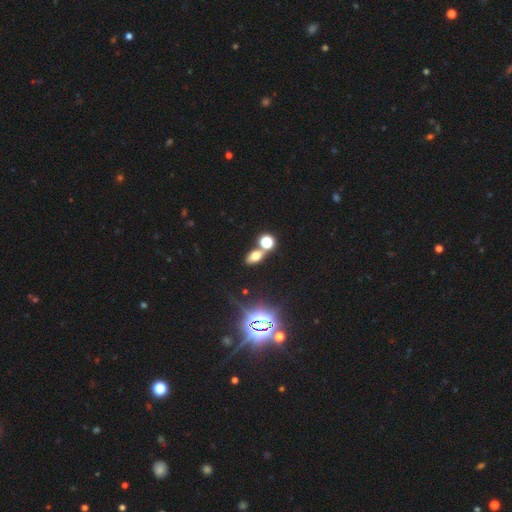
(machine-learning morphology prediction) type=smooth (59%); roundness=in between (78%); merging=none (57%).